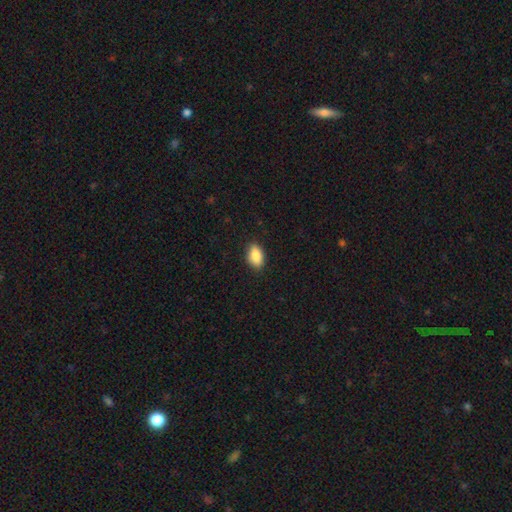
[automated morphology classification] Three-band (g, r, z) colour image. It shows a smooth galaxy with no disk features (86%) that is in between round and cigar-shaped (90%). Merging: none (88%).